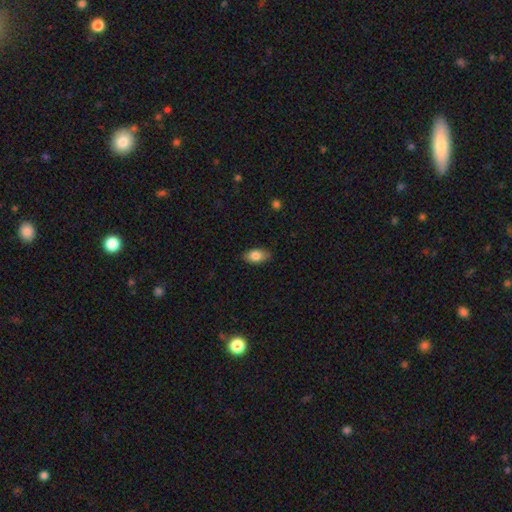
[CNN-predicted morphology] smooth_or_featured: smooth (p=0.82) [alt: featured or disk p=0.11]
how_rounded: in between (p=0.90) [alt: round p=0.07]
merging: none (p=0.83) [alt: minor disturbance p=0.13]